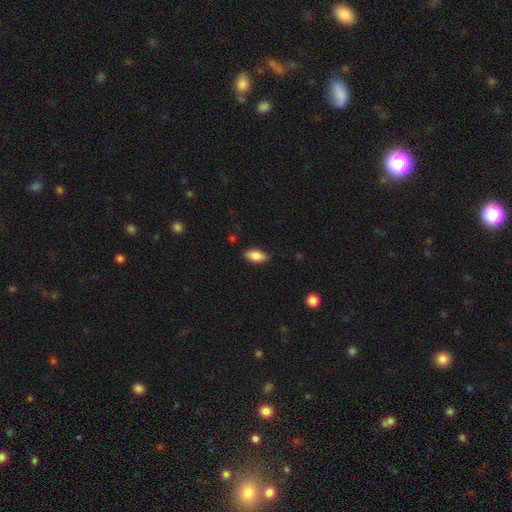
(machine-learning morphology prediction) smooth-or-featured: smooth: 85% | featured or disk: 8% | star or artifact: 7%
  how-rounded: in between: 90% | cigar-shaped: 7% | round: 3%
  merging: none: 85% | minor disturbance: 11% | major disturbance: 2% | merger: 1%